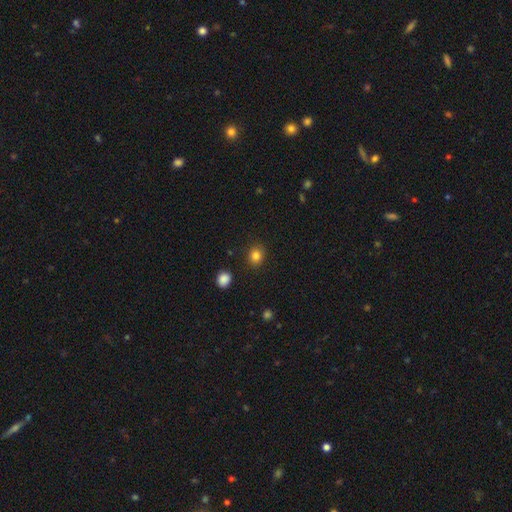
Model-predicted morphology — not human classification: Overall: smooth (84%). How rounded: round (72%). Merging: none (87%).